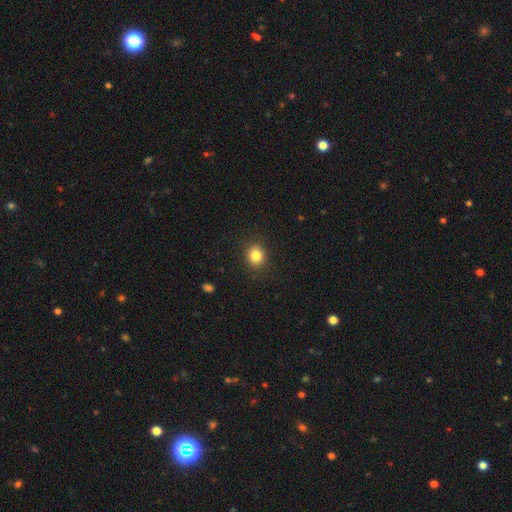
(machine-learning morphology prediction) A smooth galaxy with no disk features (83%) that is round (75%).

Vote fractions:
- Smooth or featured? smooth: 83% / star or artifact: 11% / featured or disk: 6%
- How rounded? round: 75% / in between: 24% / cigar-shaped: 1%
- Merging? none: 89% / minor disturbance: 7% / major disturbance: 2% / merger: 1%